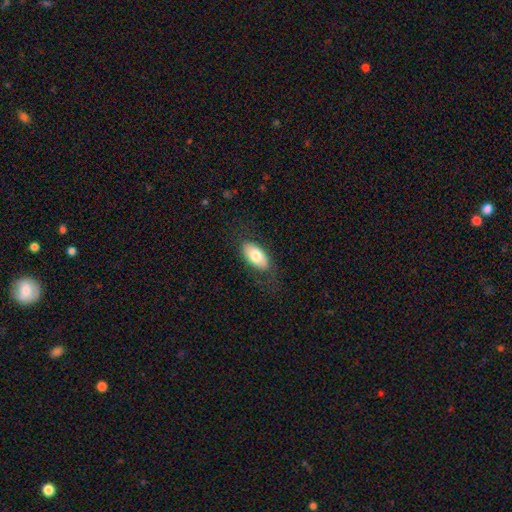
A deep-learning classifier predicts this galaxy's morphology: Smooth or featured? smooth (74%)
How rounded? in between (92%)
Merging? none (76%)